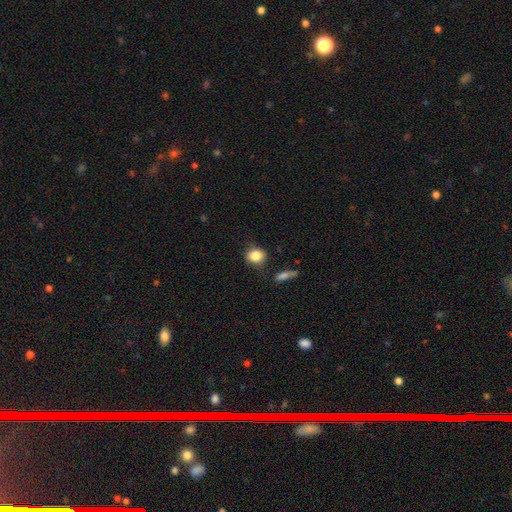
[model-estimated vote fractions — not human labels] Smooth or featured? Predicted: smooth (p=0.84). How rounded? Predicted: round (p=0.62). Merging? Predicted: none (p=0.74).